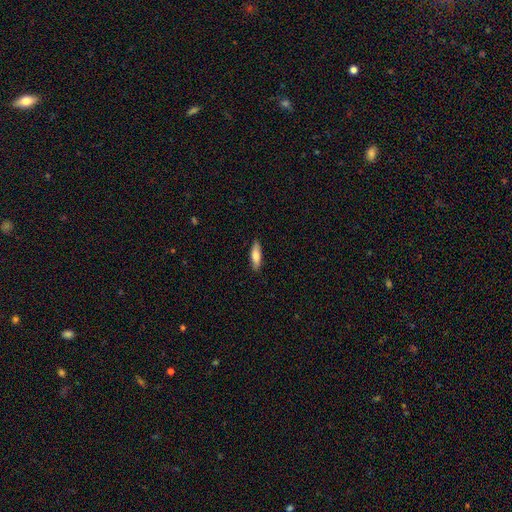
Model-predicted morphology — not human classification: Smooth or featured? smooth (76%)
How rounded? cigar-shaped (52%)
Merging? none (88%)